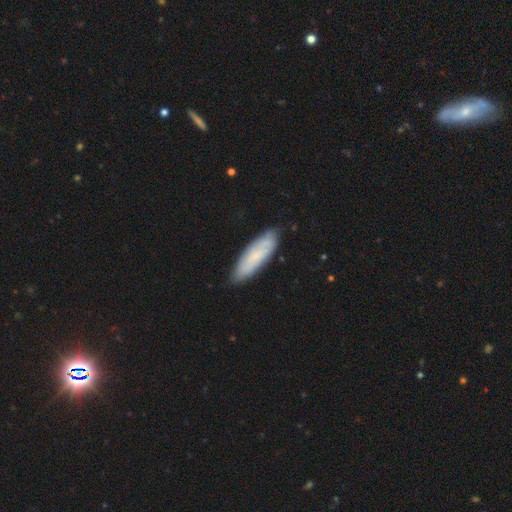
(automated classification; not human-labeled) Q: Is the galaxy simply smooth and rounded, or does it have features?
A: smooth — 66%.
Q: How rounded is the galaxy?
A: cigar-shaped — 51%.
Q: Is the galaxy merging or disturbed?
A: none — 83%.